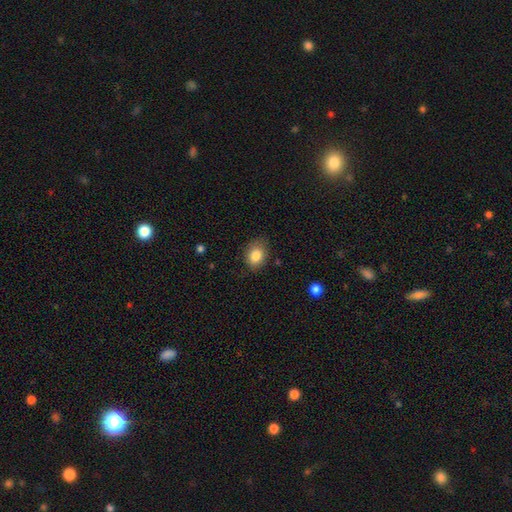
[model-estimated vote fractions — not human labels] smooth_or_featured: smooth (p=0.84) [alt: star or artifact p=0.09]
how_rounded: in between (p=0.63) [alt: round p=0.36]
merging: none (p=0.77) [alt: minor disturbance p=0.18]